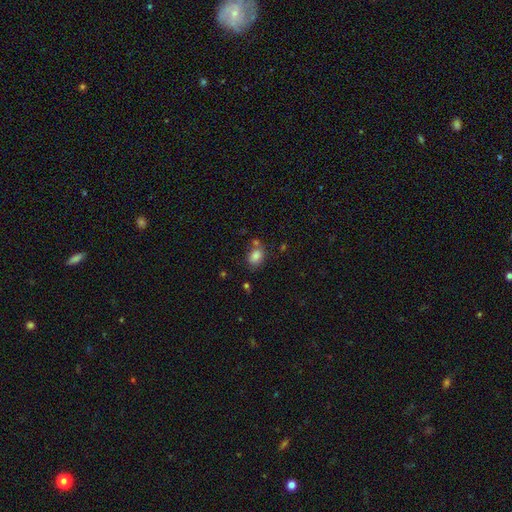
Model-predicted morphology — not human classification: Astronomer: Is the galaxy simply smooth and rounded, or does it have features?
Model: smooth — 82%.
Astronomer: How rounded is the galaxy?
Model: in between — 63%.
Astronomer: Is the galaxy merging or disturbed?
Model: none — 64%.